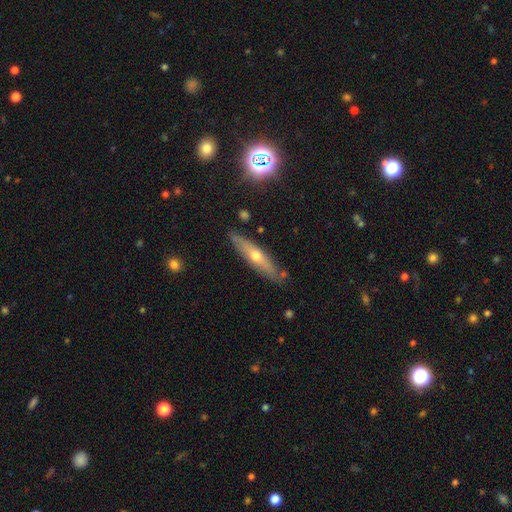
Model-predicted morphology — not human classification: smooth_or_featured: featured or disk (p=0.57) [alt: smooth p=0.34]
disk_edge_on: yes (p=0.82) [alt: no p=0.18]
merging: none (p=0.84) [alt: minor disturbance p=0.11]